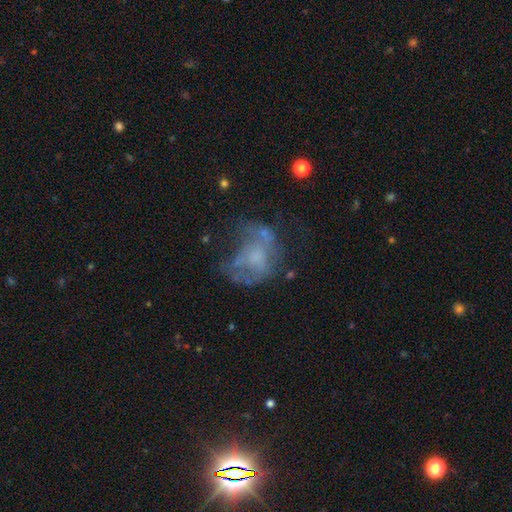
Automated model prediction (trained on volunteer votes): This appears to be a featured or disk galaxy (52%) with no bar (84%), no spiral arms (79%) and no central bulge (44%). Merging: major disturbance (35%).